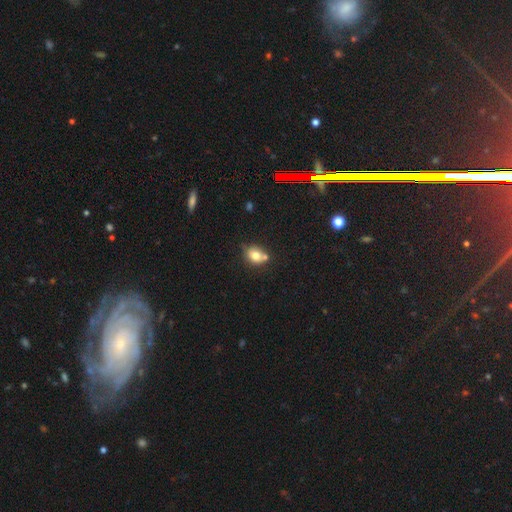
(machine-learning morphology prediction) Smooth or featured? smooth (74%)
How rounded? round (55%)
Merging? none (50%)